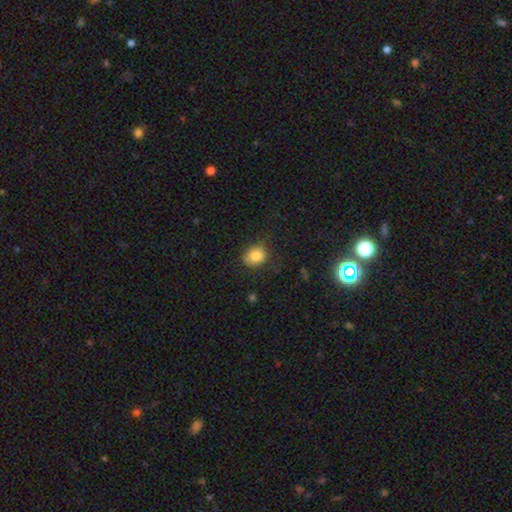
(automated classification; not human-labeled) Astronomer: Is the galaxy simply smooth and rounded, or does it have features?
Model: smooth — 84%.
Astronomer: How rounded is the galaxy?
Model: round — 58% (runner-up: in between, 41%).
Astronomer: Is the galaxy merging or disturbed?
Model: none — 70%.